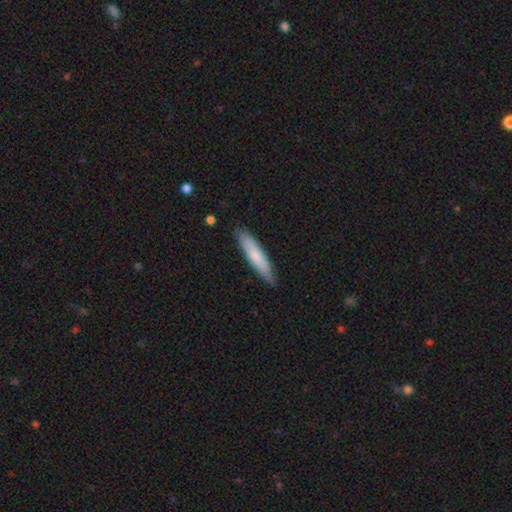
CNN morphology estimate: This is likely a smooth galaxy (73%). How rounded: clearly cigar-shaped (87%). Merging: clearly none (86%).